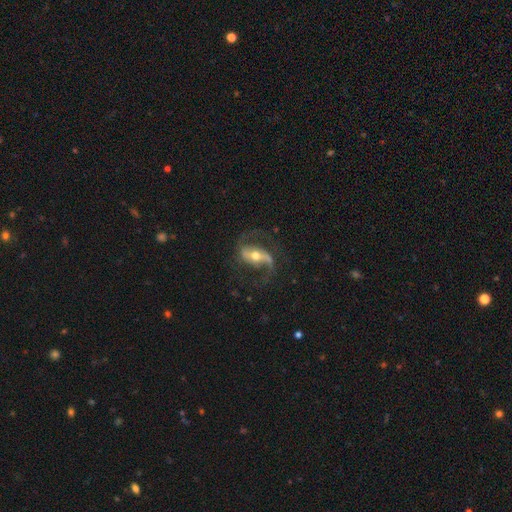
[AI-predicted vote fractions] This appears to be a featured or disk galaxy (88%) with a strong bar (49%), 2 (92%) medium (46%) spiral arms (96%) and a moderate central bulge (63%). Merging: none (72%).